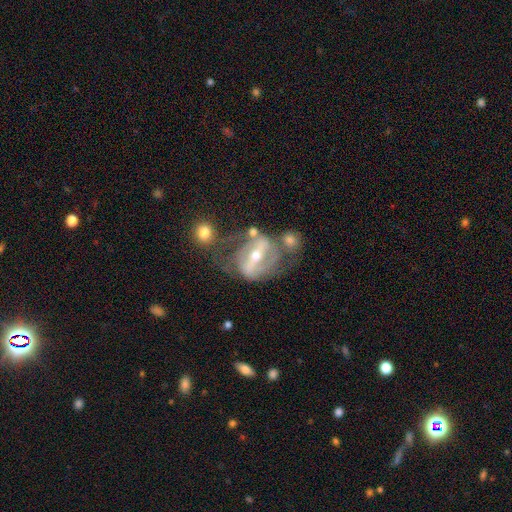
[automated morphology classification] Smooth or featured? Predicted: featured or disk (p=0.83). Edge-on disk? Predicted: no (p=0.90). Bar? Predicted: strong (p=0.78). Spiral arms? Predicted: yes (p=0.70). Spiral winding? Predicted: medium (p=0.42). Spiral arm count? Predicted: 2 (p=0.77). Bulge size? Predicted: moderate (p=0.57). Merging? Predicted: none (p=0.49).